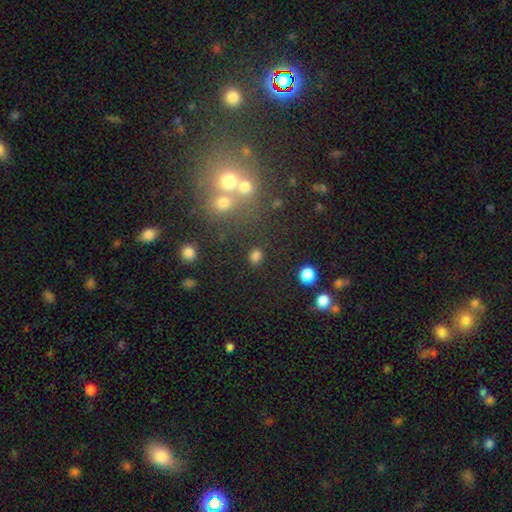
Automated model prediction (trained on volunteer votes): smooth-or-featured: smooth: 79% | star or artifact: 16% | featured or disk: 5%
  how-rounded: round: 64% | in between: 34% | cigar-shaped: 1%
  merging: none: 82% | minor disturbance: 9% | merger: 5% | major disturbance: 4%